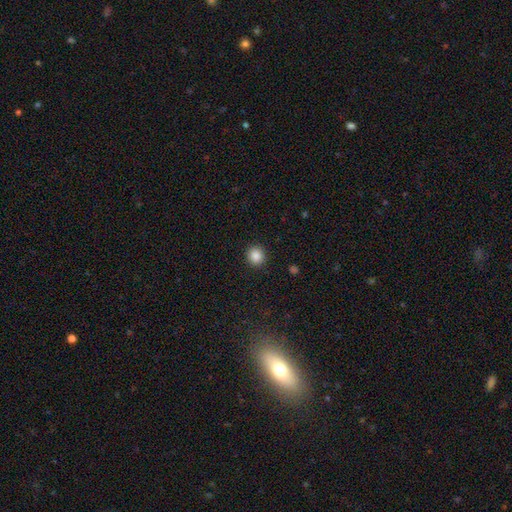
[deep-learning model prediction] smooth-or-featured: smooth: 86% | star or artifact: 10% | featured or disk: 4%
  how-rounded: round: 90% | in between: 9% | cigar-shaped: 1%
  merging: none: 92% | minor disturbance: 5% | major disturbance: 2% | merger: 1%